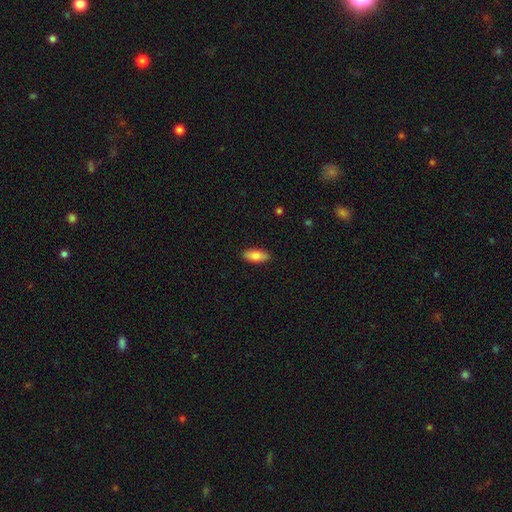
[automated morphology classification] type=smooth (84%); roundness=in between (80%); merging=none (89%).